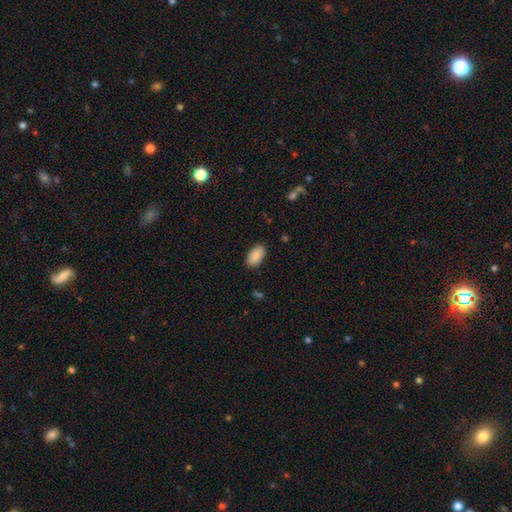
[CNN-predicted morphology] smooth-or-featured: smooth: 89% | star or artifact: 6% | featured or disk: 4%
  how-rounded: in between: 95% | round: 3% | cigar-shaped: 2%
  merging: none: 87% | minor disturbance: 10% | major disturbance: 2% | merger: 1%